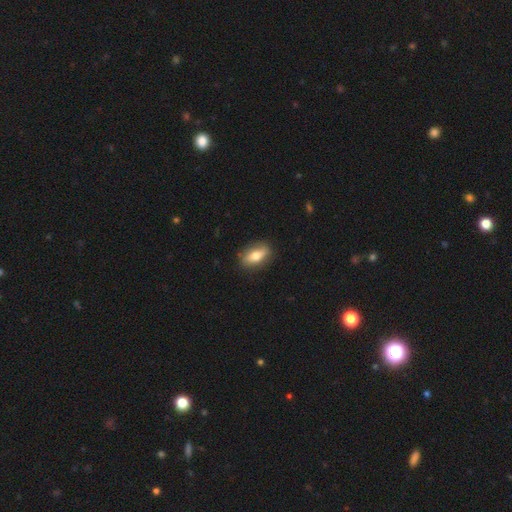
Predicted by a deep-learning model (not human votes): smooth-or-featured: smooth: 62% | featured or disk: 31% | star or artifact: 7%
  how-rounded: in between: 79% | cigar-shaped: 12% | round: 9%
  merging: none: 85% | minor disturbance: 11% | major disturbance: 3% | merger: 1%